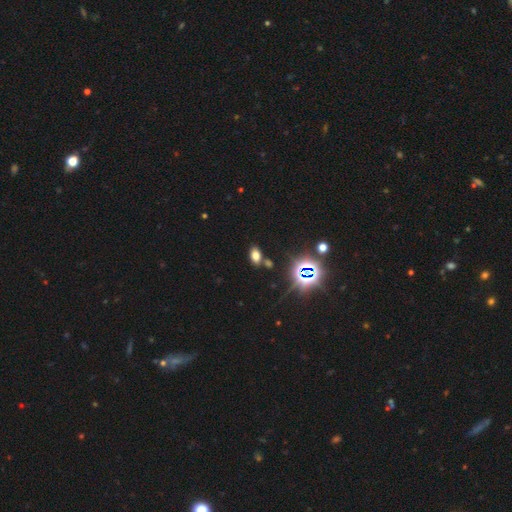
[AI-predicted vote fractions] A smooth galaxy with no disk features (66%) that is in between round and cigar-shaped (88%). Merging: none (78%).